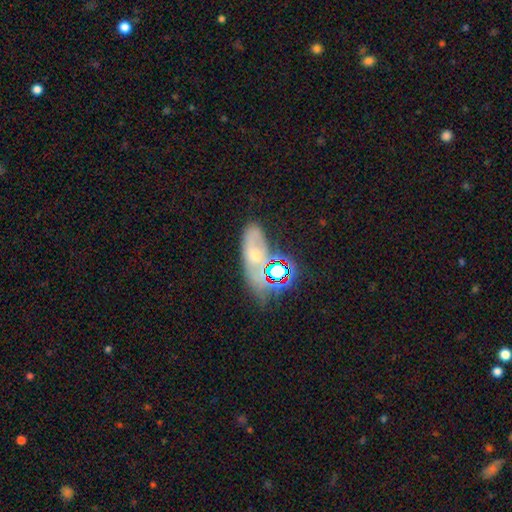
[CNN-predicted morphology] Q: Smooth or featured?
A: smooth (38%); runner-up: featured or disk (34%)
Q: Merging?
A: none (58%); runner-up: minor disturbance (22%)